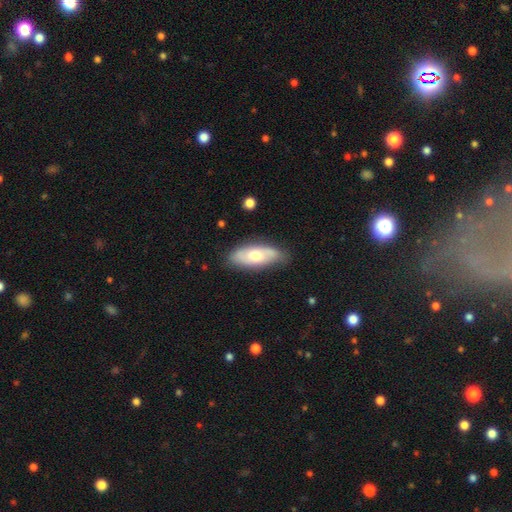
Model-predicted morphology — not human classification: The model was most divided on "smooth or featured": smooth: 53%, featured or disk: 42%, star or artifact: 6%. More confident: how rounded — in between (80%); merging — none (77%).